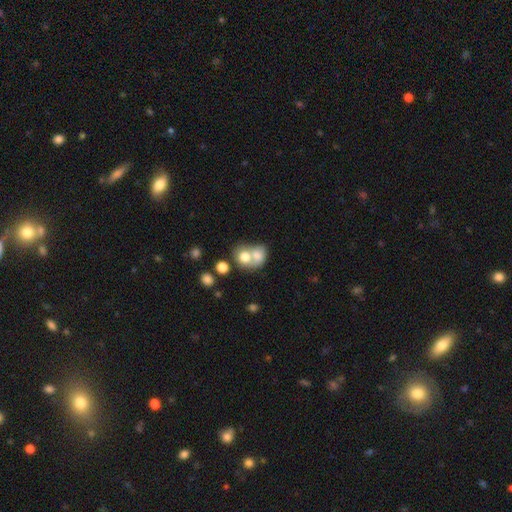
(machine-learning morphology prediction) Smooth or featured? smooth (71%)
How rounded? round (57%)
Merging? merger (68%)